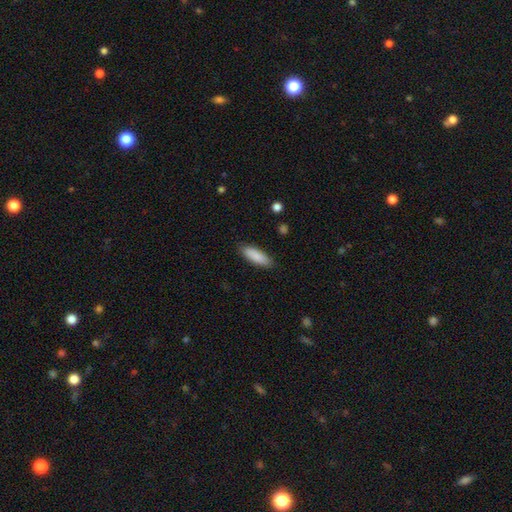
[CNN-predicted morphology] This is clearly a smooth galaxy (88%). How rounded: possibly in between (56%). Merging: clearly none (88%).